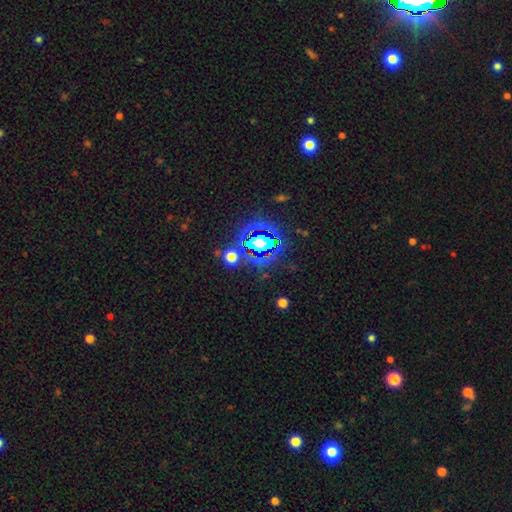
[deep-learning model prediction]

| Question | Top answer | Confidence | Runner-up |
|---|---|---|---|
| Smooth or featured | star or artifact | 82% | smooth (11%) |